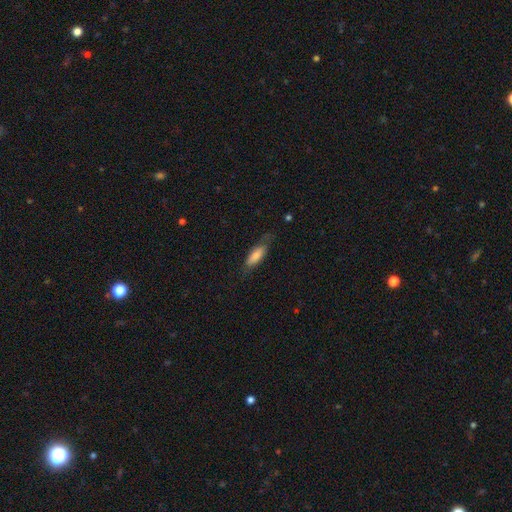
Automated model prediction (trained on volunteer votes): smooth 73%, featured or disk 21%, star or artifact 6%. Down the decision tree: how rounded — in between (65%); merging — none (61%).